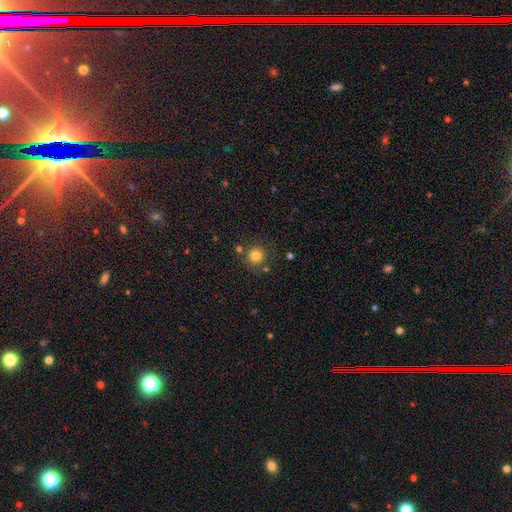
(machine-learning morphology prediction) Overall: smooth (81%). How rounded: round (94%). Merging: none (80%).